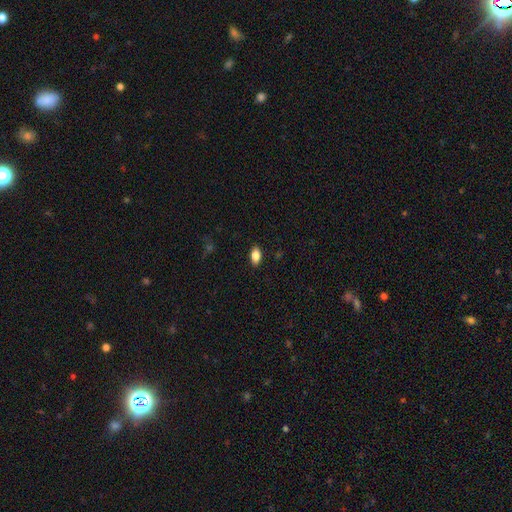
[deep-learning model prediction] Smooth or featured? smooth (84%)
How rounded? in between (90%)
Merging? none (88%)